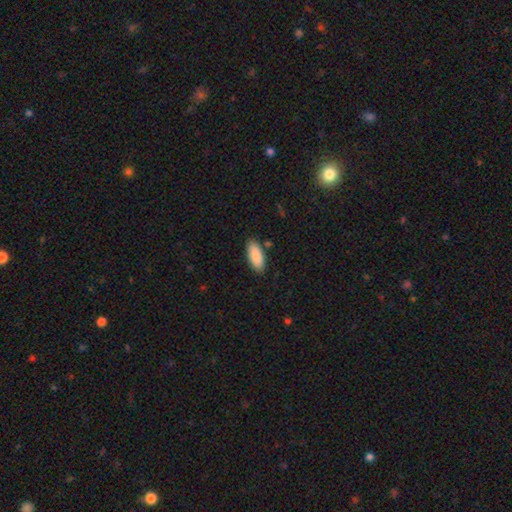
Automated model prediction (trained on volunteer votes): A smooth galaxy with no disk features (90%) that is in between round and cigar-shaped (82%). Merging: none (86%).